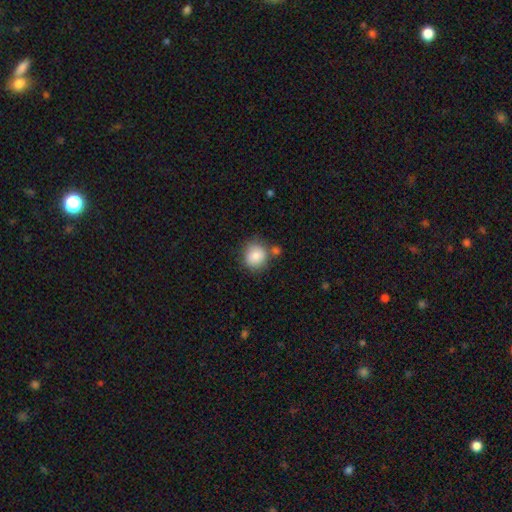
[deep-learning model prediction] Smooth or featured?
  - smooth: 83% *
  - star or artifact: 9%
  - featured or disk: 8%
How rounded?
  - round: 83% *
  - in between: 16%
  - cigar-shaped: 1%
Merging?
  - none: 67% *
  - merger: 15%
  - minor disturbance: 14%
  - major disturbance: 4%